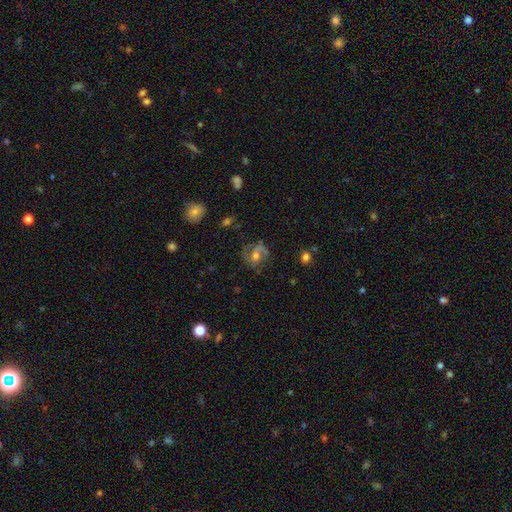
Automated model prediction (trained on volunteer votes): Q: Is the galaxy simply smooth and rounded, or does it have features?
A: featured or disk — 77%.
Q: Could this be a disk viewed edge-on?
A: no — 98%.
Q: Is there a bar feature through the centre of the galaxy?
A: no — 57%.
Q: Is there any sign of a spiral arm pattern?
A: yes — 93%.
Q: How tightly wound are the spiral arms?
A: medium — 52%.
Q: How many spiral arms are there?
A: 2 — 75%.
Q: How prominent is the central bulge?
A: moderate — 61%.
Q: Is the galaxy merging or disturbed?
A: none — 67%.